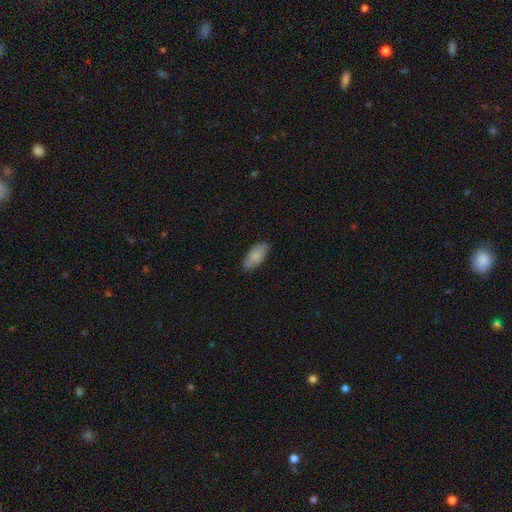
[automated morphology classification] type=smooth (81%); roundness=in between (93%); merging=none (83%).